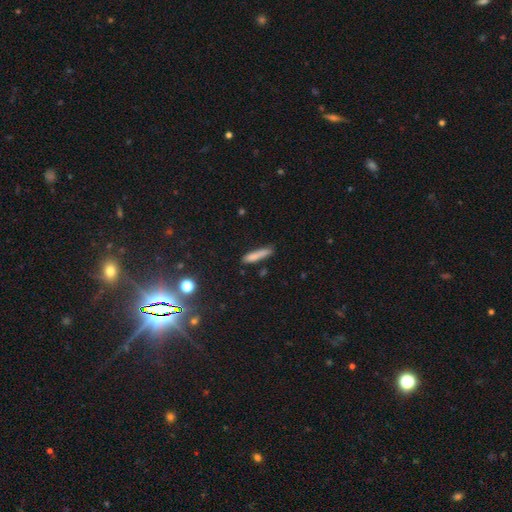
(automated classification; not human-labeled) Smooth or featured: smooth — 81% (featured or disk — 11%)
How rounded: cigar-shaped — 88% (in between — 10%)
Merging: none — 75% (minor disturbance — 18%)